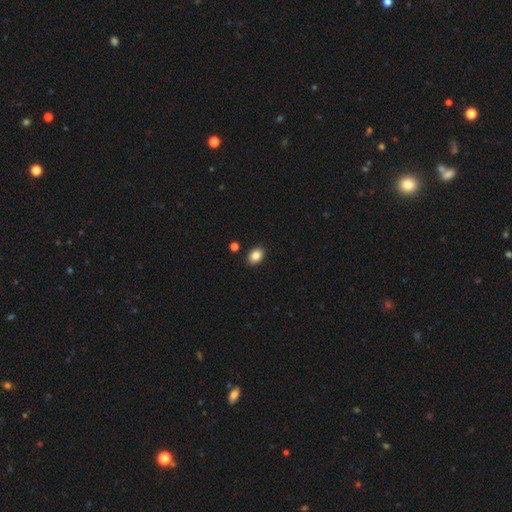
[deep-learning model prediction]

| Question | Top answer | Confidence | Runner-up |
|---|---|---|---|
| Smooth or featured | smooth | 85% | star or artifact (9%) |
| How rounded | in between | 74% | round (25%) |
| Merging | none | 88% | minor disturbance (8%) |